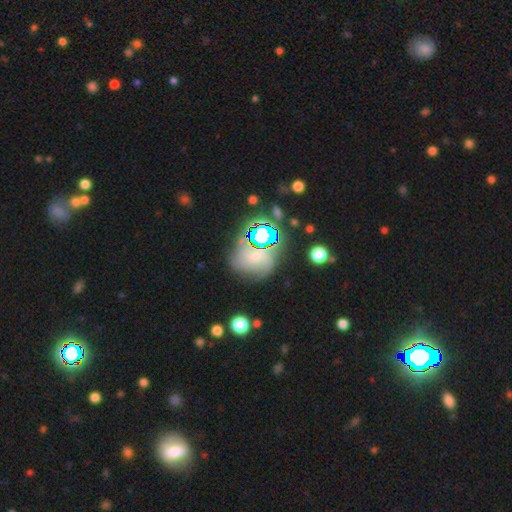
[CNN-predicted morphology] Overall: featured or disk (41%; smooth 30%). Merging: none (57%; minor disturbance 22%).